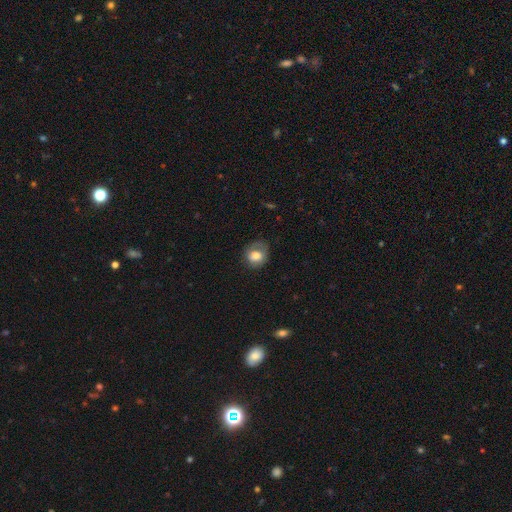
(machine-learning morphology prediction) Smooth or featured? smooth (71%)
How rounded? round (66%)
Merging? none (60%)